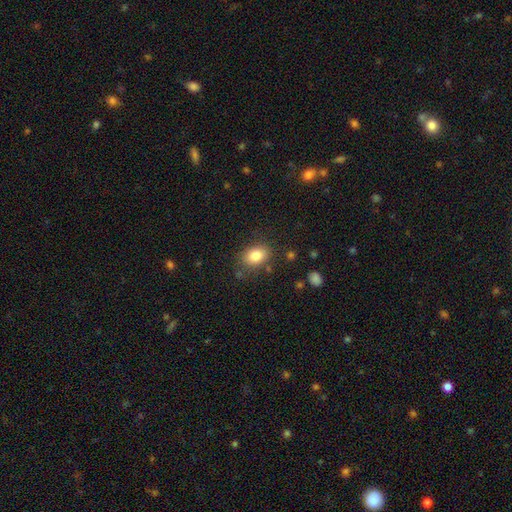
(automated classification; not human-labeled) Smooth or featured?
  - smooth: 83% *
  - star or artifact: 9%
  - featured or disk: 8%
How rounded?
  - in between: 75% *
  - round: 24%
  - cigar-shaped: 1%
Merging?
  - none: 80% *
  - minor disturbance: 13%
  - major disturbance: 4%
  - merger: 3%